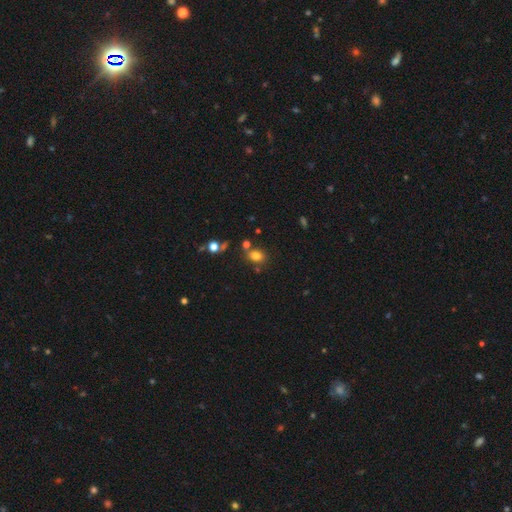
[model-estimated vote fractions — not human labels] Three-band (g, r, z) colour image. It shows a smooth galaxy with no disk features (78%) that is in between round and cigar-shaped (59%). Merging: none (69%).